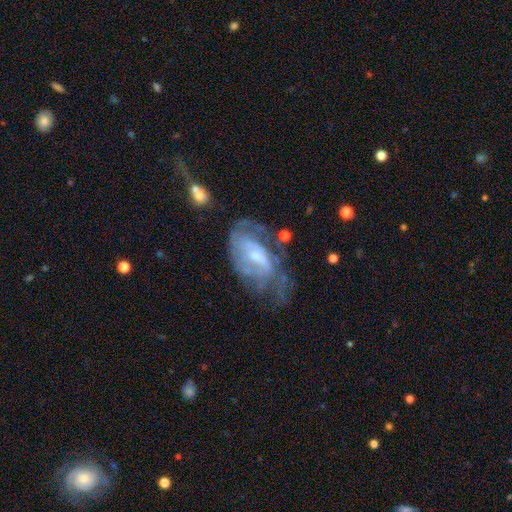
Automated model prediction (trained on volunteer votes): Q: Smooth or featured?
A: featured or disk (76%); runner-up: smooth (16%)
Q: Edge-on disk?
A: no (95%); runner-up: yes (5%)
Q: Bar?
A: weak (51%); runner-up: no (31%)
Q: Spiral arms?
A: yes (80%); runner-up: no (20%)
Q: Spiral winding?
A: tight (44%); runner-up: medium (39%)
Q: Spiral arm count?
A: can't tell (45%); runner-up: 2 (31%)
Q: Bulge size?
A: small (48%); runner-up: moderate (38%)
Q: Merging?
A: none (40%); runner-up: major disturbance (29%)